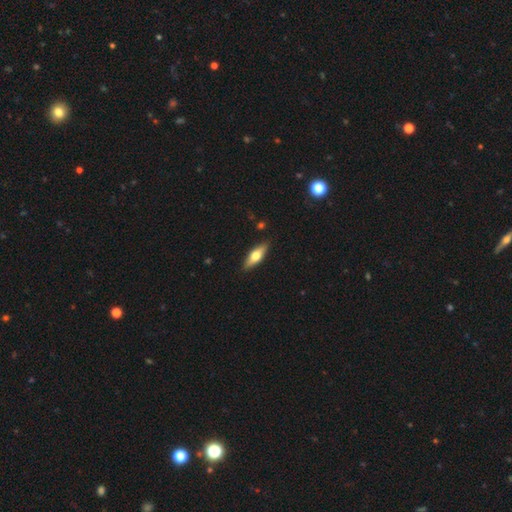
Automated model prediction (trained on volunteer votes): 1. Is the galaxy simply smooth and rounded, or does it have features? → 54% smooth, 40% featured or disk, 6% star or artifact.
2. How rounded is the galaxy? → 55% in between, 42% cigar-shaped, 3% round.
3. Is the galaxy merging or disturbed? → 88% none, 9% minor disturbance, 2% major disturbance, 1% merger.